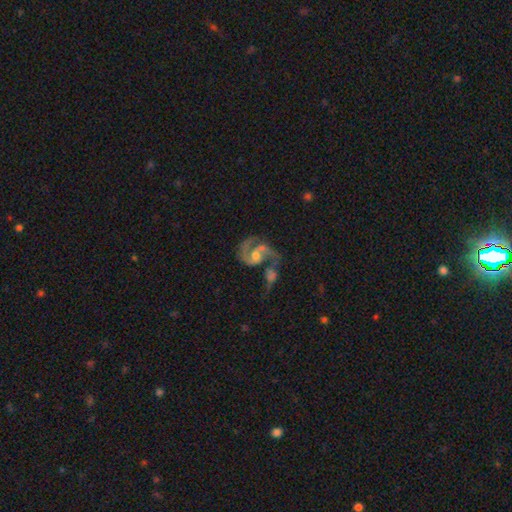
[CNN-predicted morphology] Overall: featured or disk (84%). Edge-on disk: no (98%). Bar: no (54%; weak 37%). Spiral arms: yes (93%). Spiral arm count: 2 (78%). Spiral winding: medium (52%; loose 30%). Bulge size: moderate (58%; small 27%). Merging: merger (45%; none 23%).